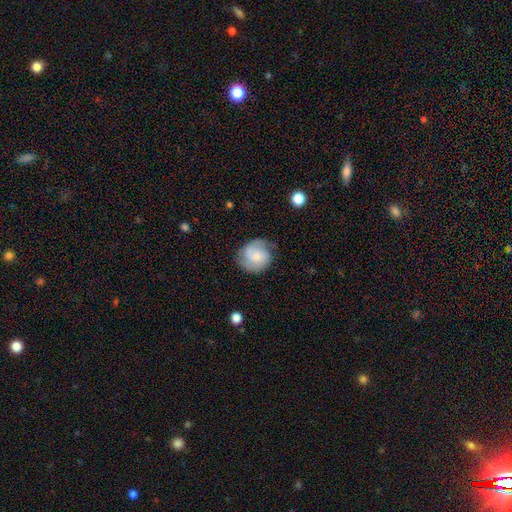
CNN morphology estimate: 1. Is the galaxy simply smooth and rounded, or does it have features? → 53% featured or disk, 40% smooth, 7% star or artifact.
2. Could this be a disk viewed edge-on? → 98% no, 2% yes.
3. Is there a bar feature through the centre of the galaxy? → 66% no, 29% weak, 5% strong.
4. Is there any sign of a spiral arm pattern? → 89% yes, 11% no.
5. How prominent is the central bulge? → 53% small, 35% moderate, 6% none, 4% large, 1% dominant.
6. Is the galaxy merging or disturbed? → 68% none, 22% minor disturbance, 8% major disturbance, 2% merger.